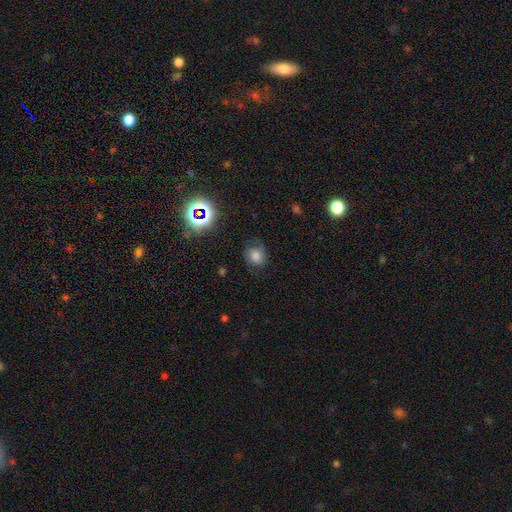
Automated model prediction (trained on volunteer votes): smooth-or-featured: smooth: 56% | featured or disk: 26% | star or artifact: 19%
  how-rounded: round: 62% | in between: 36% | cigar-shaped: 1%
  merging: none: 63% | minor disturbance: 23% | major disturbance: 12% | merger: 2%